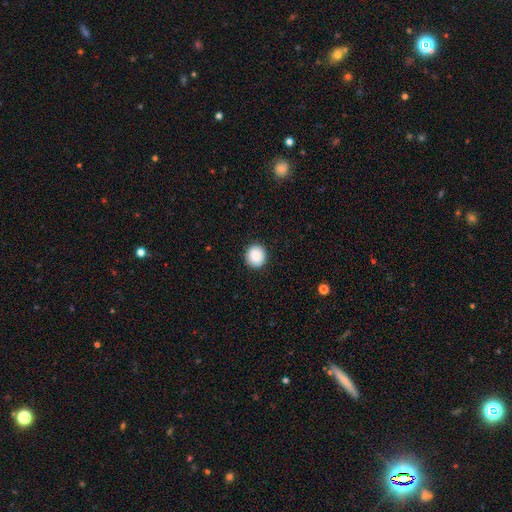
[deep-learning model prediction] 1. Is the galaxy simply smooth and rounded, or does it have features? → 89% smooth, 8% star or artifact, 3% featured or disk.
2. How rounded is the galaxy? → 87% round, 12% in between, 1% cigar-shaped.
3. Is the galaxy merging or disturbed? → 91% none, 6% minor disturbance, 2% major disturbance, 1% merger.